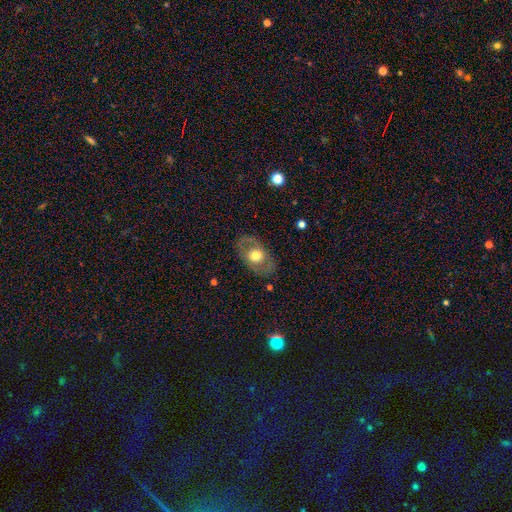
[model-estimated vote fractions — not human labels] A featured or disk galaxy (49%).

Vote fractions:
- Smooth or featured? featured or disk: 49% / smooth: 44% / star or artifact: 7%
- Merging? none: 80% / minor disturbance: 13% / major disturbance: 6% / merger: 1%